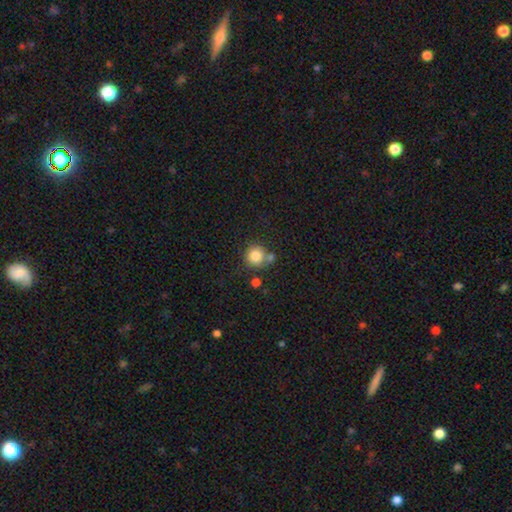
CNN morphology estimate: smooth_or_featured: smooth (p=0.82) [alt: star or artifact p=0.10]
how_rounded: round (p=0.92) [alt: in between p=0.07]
merging: none (p=0.64) [alt: merger p=0.20]